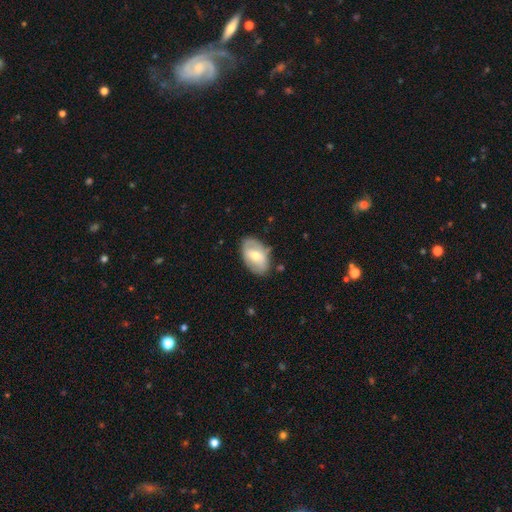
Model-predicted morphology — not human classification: This is possibly a smooth galaxy (48%). Merging: likely none (74%).